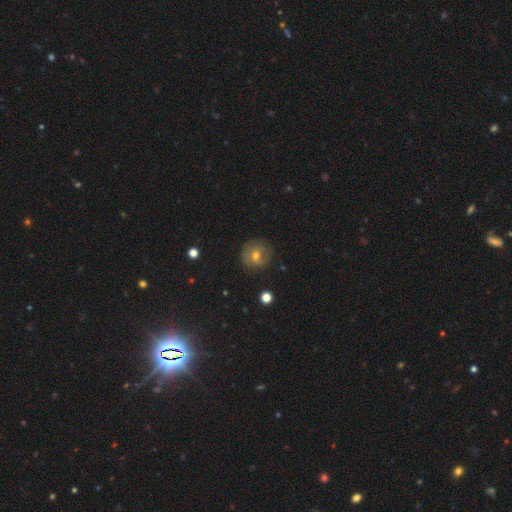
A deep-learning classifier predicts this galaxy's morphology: A smooth galaxy with no disk features (47%).

Vote fractions:
- Smooth or featured? smooth: 47% / featured or disk: 39% / star or artifact: 14%
- Merging? none: 81% / minor disturbance: 13% / major disturbance: 4% / merger: 1%